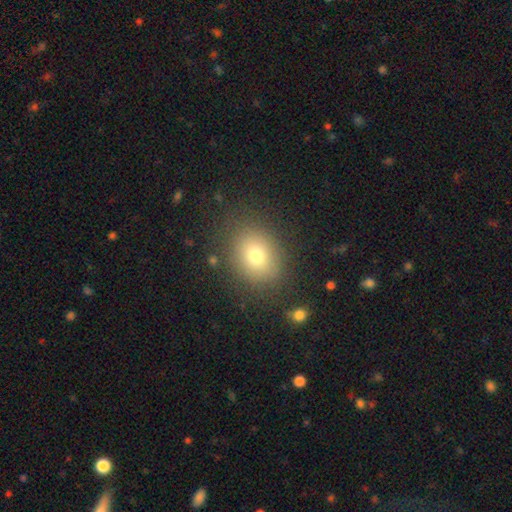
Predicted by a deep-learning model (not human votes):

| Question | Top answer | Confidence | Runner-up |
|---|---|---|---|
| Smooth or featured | smooth | 75% | star or artifact (13%) |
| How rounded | in between | 50% | round (49%) |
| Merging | none | 82% | minor disturbance (11%) |